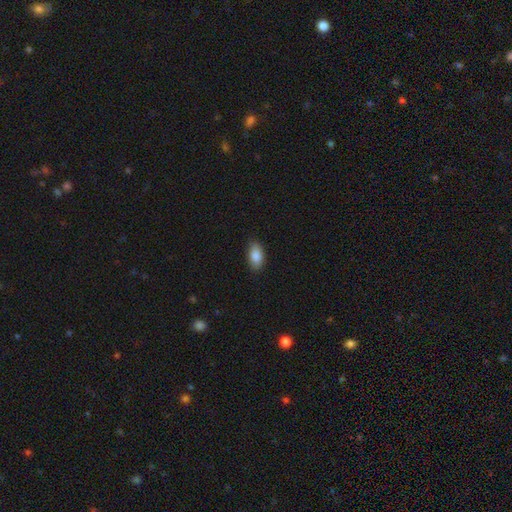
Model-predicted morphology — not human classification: Smooth or featured?
  - smooth: 87% *
  - star or artifact: 7%
  - featured or disk: 6%
How rounded?
  - in between: 92% *
  - cigar-shaped: 4%
  - round: 4%
Merging?
  - none: 87% *
  - minor disturbance: 10%
  - major disturbance: 2%
  - merger: 1%